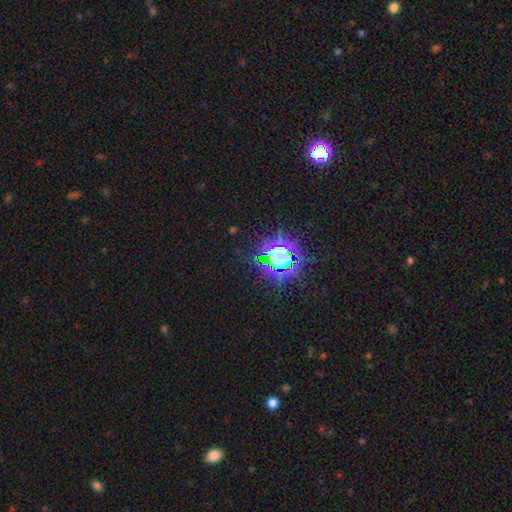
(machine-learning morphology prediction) smooth_or_featured: star or artifact (p=0.79) [alt: smooth p=0.13]